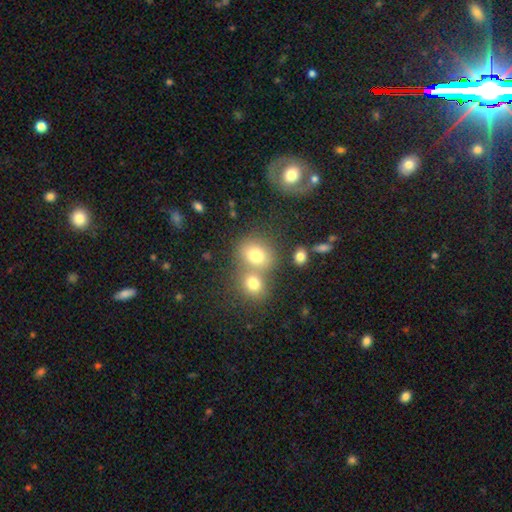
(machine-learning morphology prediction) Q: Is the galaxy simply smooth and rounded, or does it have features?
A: smooth — 75%.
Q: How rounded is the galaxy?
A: round — 64%.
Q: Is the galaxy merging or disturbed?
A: merger — 44%.